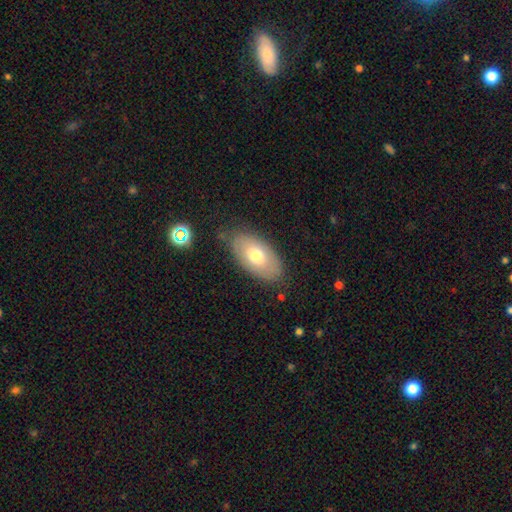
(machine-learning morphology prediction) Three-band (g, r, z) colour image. It shows a smooth galaxy with no disk features (68%) that is in between round and cigar-shaped (93%). Merging: none (76%).